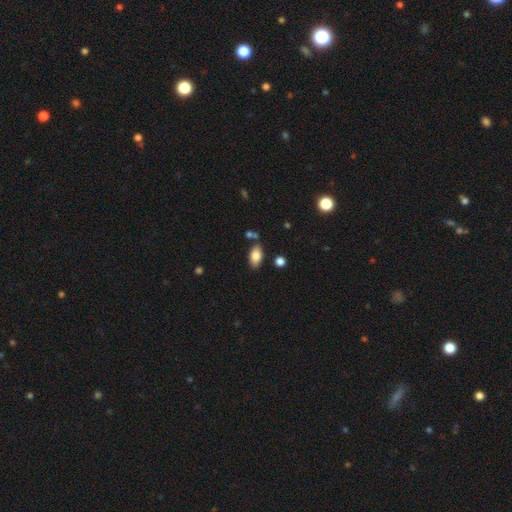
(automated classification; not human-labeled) A smooth galaxy with no disk features (84%) that is in between round and cigar-shaped (92%).

Vote fractions:
- Smooth or featured? smooth: 84% / featured or disk: 9% / star or artifact: 8%
- How rounded? in between: 92% / round: 5% / cigar-shaped: 3%
- Merging? none: 78% / minor disturbance: 13% / merger: 6% / major disturbance: 3%